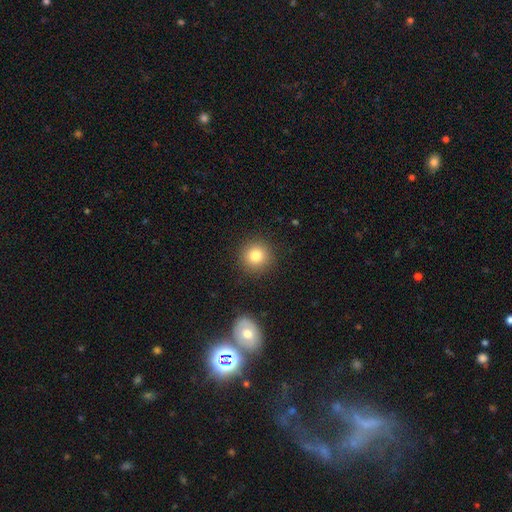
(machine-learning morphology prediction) Smooth or featured?
  - smooth: 81% *
  - star or artifact: 11%
  - featured or disk: 8%
How rounded?
  - round: 94% *
  - in between: 5%
  - cigar-shaped: 1%
Merging?
  - none: 90% *
  - minor disturbance: 6%
  - major disturbance: 2%
  - merger: 1%